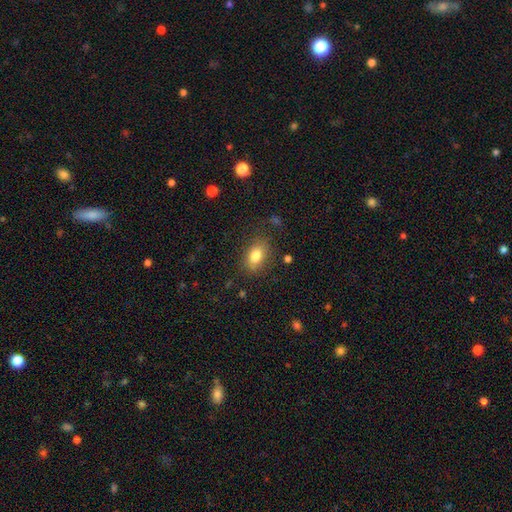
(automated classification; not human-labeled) smooth-or-featured: smooth: 80% | featured or disk: 10% | star or artifact: 9%
  how-rounded: in between: 82% | round: 14% | cigar-shaped: 3%
  merging: none: 79% | minor disturbance: 14% | major disturbance: 4% | merger: 2%